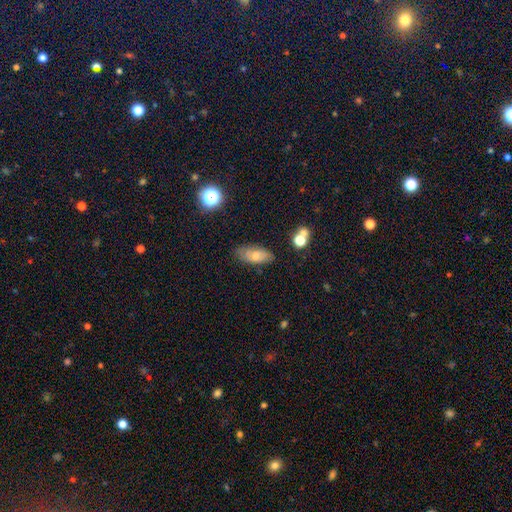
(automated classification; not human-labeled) Smooth or featured: smooth — 62% (featured or disk — 28%)
How rounded: in between — 86% (cigar-shaped — 10%)
Merging: none — 73% (minor disturbance — 20%)